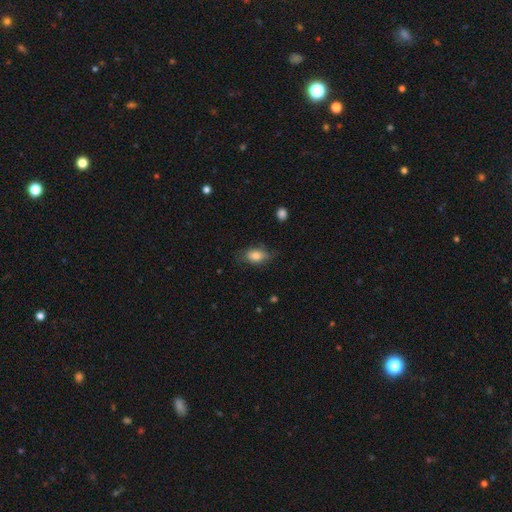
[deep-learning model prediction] Smooth or featured: smooth — 79% (featured or disk — 13%)
How rounded: in between — 85% (round — 11%)
Merging: none — 65% (minor disturbance — 26%)